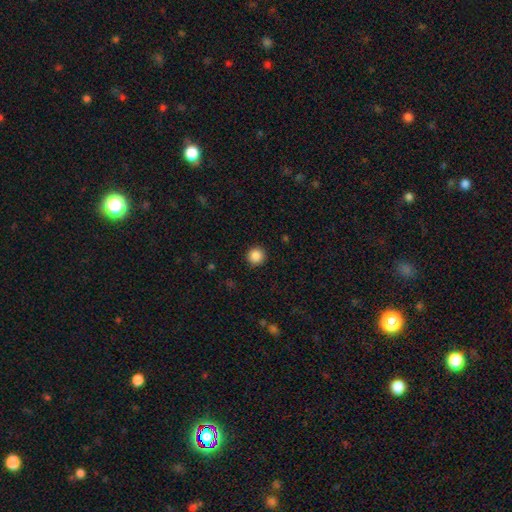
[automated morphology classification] A smooth galaxy with no disk features (88%) that is round (95%). Merging: none (92%).